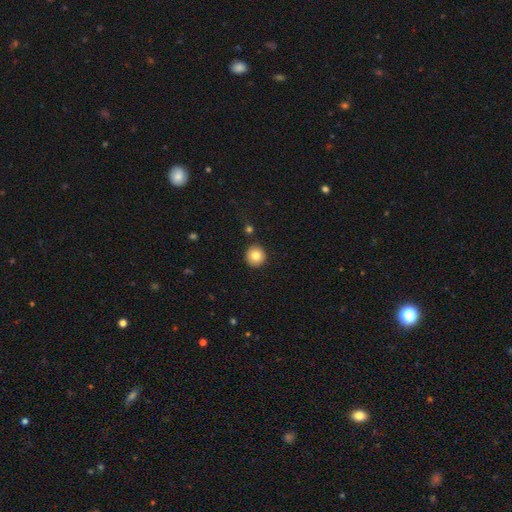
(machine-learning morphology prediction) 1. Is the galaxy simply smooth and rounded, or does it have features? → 81% smooth, 10% star or artifact, 9% featured or disk.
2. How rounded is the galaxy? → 94% round, 5% in between, 1% cigar-shaped.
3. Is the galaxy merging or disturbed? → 91% none, 6% minor disturbance, 2% merger, 2% major disturbance.